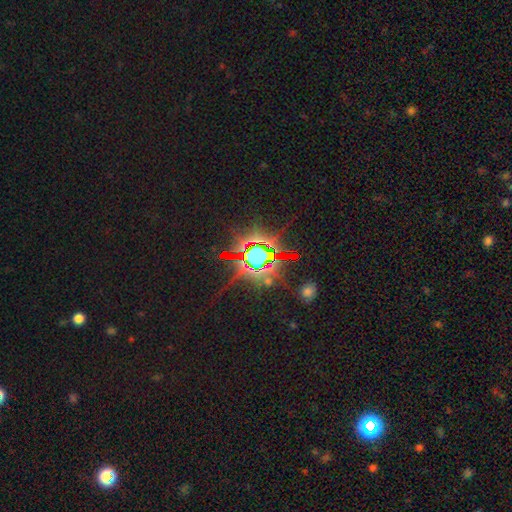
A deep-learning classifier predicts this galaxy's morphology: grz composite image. It shows a star or artifact, not a galaxy (85%).